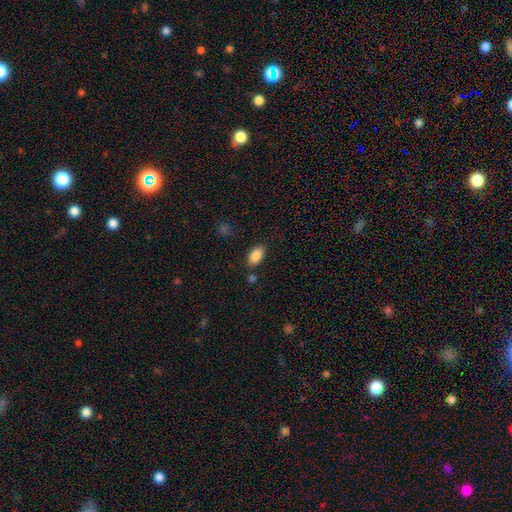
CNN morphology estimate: This appears to be a smooth galaxy with no disk features (88%) that is in between round and cigar-shaped (93%). Merging: none (81%).